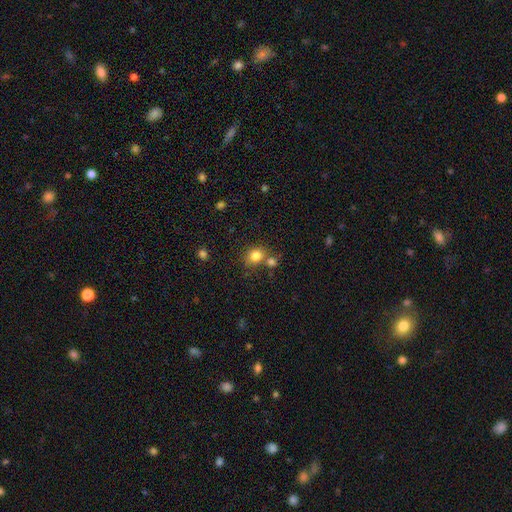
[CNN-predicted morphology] Smooth or featured: smooth — 81% (star or artifact — 11%)
How rounded: round — 65% (in between — 34%)
Merging: none — 57% (merger — 26%)